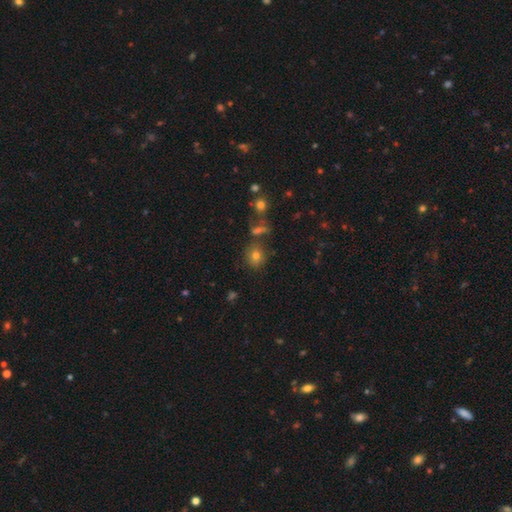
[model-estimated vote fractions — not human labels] Overall: smooth (70%). How rounded: round (76%). Merging: none (75%).